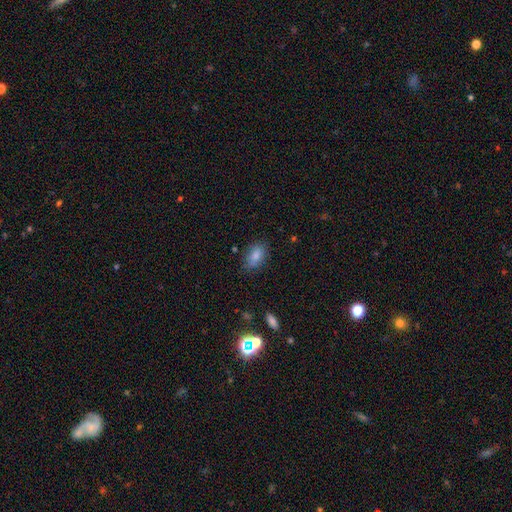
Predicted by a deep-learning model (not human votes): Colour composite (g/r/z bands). It shows a smooth galaxy with no disk features (82%) that is in between round and cigar-shaped (89%). Merging: none (77%).